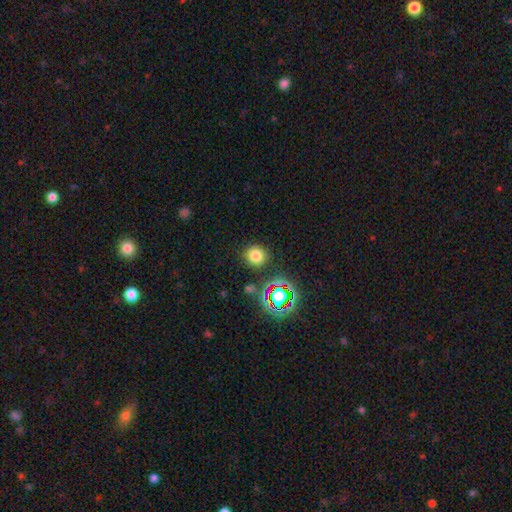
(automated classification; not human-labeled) Smooth or featured? smooth (74%)
How rounded? round (90%)
Merging? none (86%)